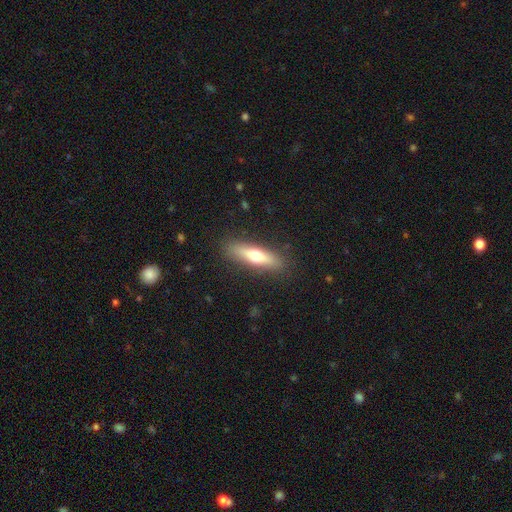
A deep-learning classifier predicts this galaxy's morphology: Overall: smooth (61%; featured or disk 33%). How rounded: cigar-shaped (73%). Merging: none (87%).